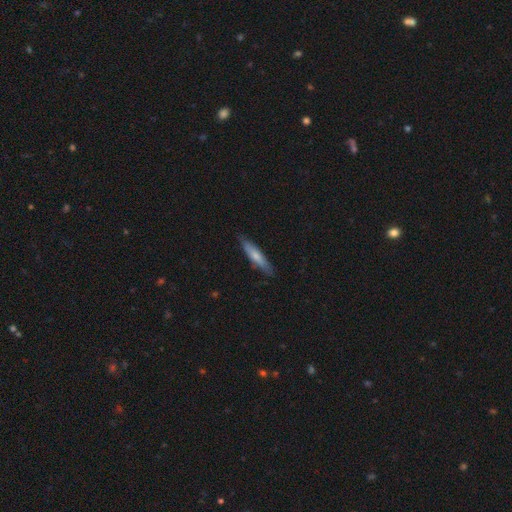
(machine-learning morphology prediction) Overall: smooth (64%; featured or disk 30%). How rounded: cigar-shaped (84%). Merging: none (84%).